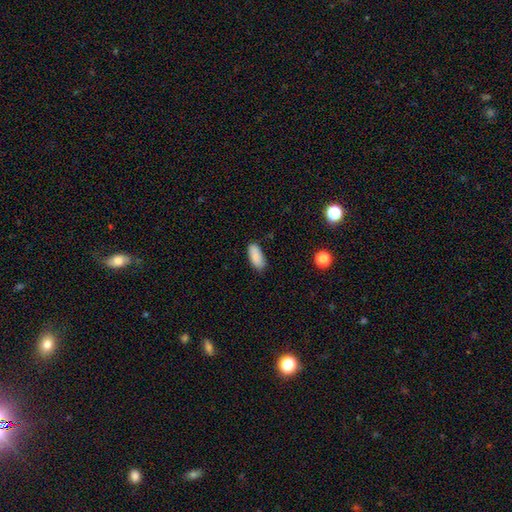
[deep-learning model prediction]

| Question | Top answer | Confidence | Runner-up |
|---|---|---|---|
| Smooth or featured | smooth | 88% | star or artifact (7%) |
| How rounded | in between | 86% | cigar-shaped (12%) |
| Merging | none | 82% | minor disturbance (14%) |